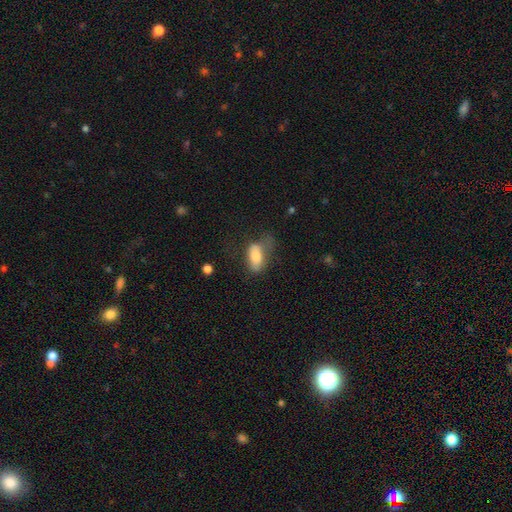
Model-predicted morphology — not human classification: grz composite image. It shows a smooth galaxy with no disk features (78%) that is in between round and cigar-shaped (88%). Merging: none (35%).